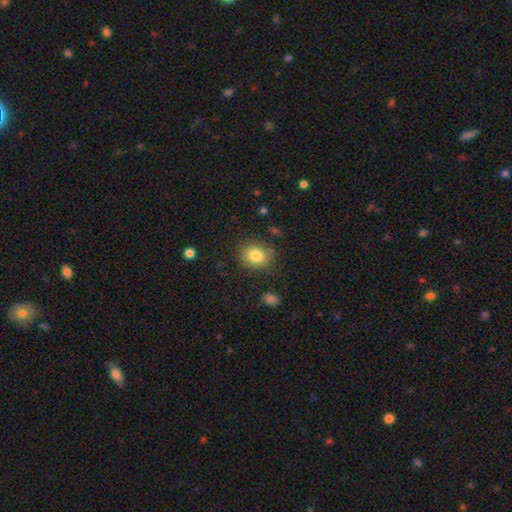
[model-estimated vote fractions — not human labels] This is clearly a smooth galaxy (82%). How rounded: likely round (65%). Merging: clearly none (83%).